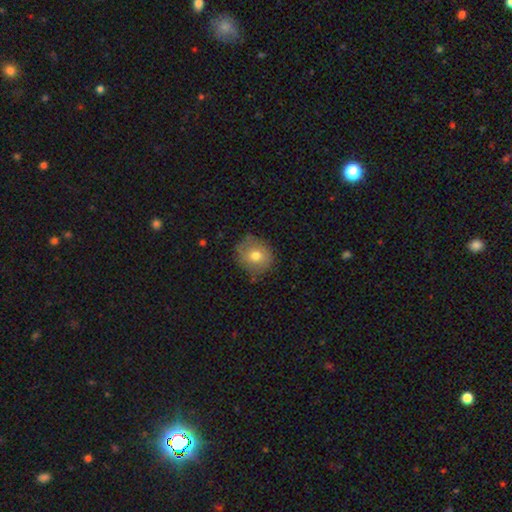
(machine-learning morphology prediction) Smooth or featured? smooth (68%)
How rounded? round (80%)
Merging? none (75%)